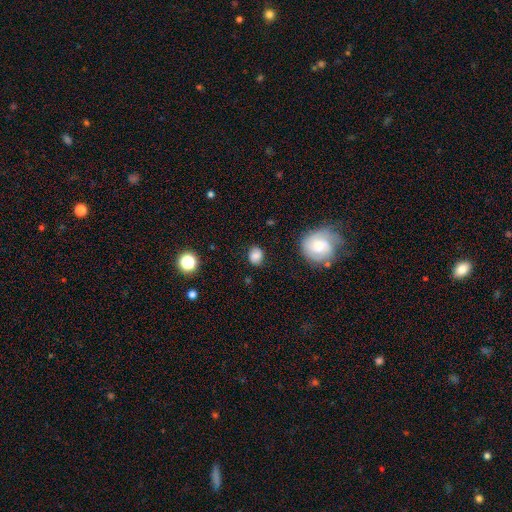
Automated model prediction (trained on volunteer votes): Smooth or featured?
  - smooth: 77% *
  - featured or disk: 13%
  - star or artifact: 11%
How rounded?
  - round: 57% *
  - in between: 42%
  - cigar-shaped: 1%
Merging?
  - none: 78% *
  - minor disturbance: 16%
  - major disturbance: 4%
  - merger: 2%